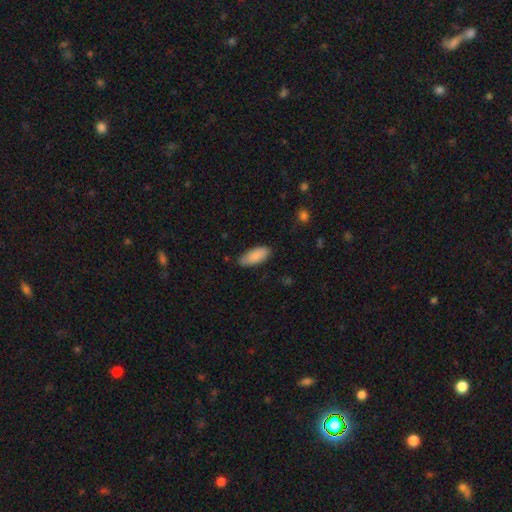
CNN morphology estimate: Smooth or featured: smooth — 88% (featured or disk — 6%)
How rounded: in between — 83% (cigar-shaped — 16%)
Merging: none — 83% (minor disturbance — 14%)